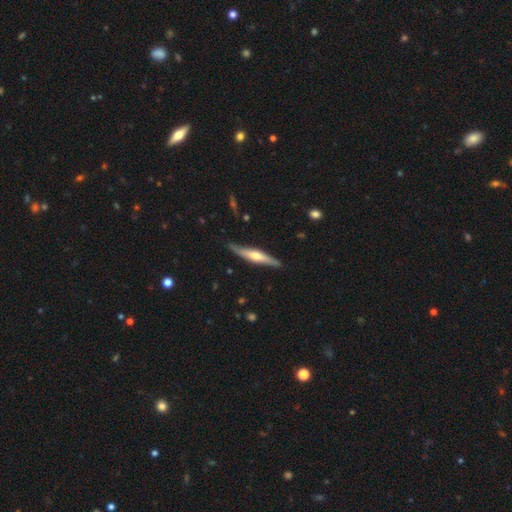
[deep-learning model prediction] The model was most divided on "smooth or featured": featured or disk: 58%, smooth: 36%, star or artifact: 5%. More confident: edge-on disk — yes (93%); merging — none (82%); edge-on bulge — rounded (81%).